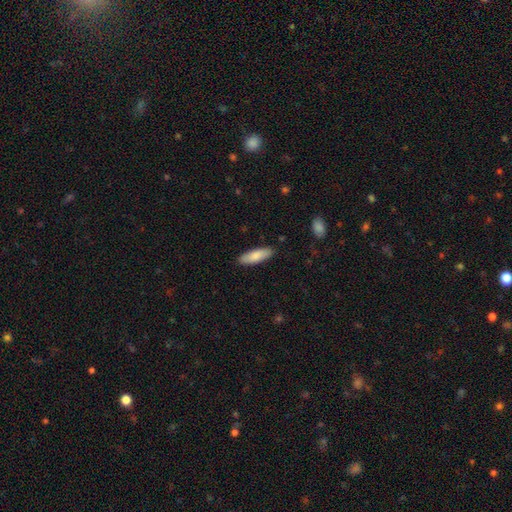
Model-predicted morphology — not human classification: This appears to be a smooth galaxy with no disk features (83%) that is in between round and cigar-shaped (56%). Merging: none (88%).